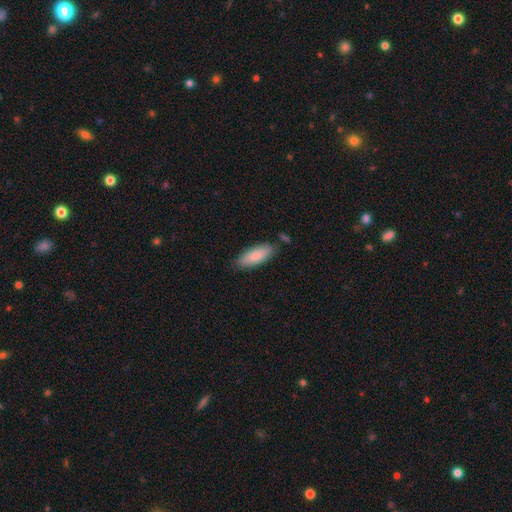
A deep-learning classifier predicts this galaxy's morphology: This appears to be a smooth galaxy with no disk features (84%) that is in between round and cigar-shaped (69%). Merging: none (80%).